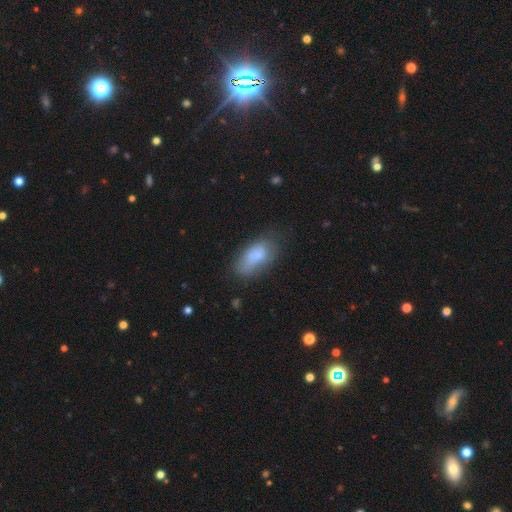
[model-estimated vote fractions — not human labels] Overall: smooth (74%). How rounded: in between (90%). Merging: none (50%; minor disturbance 28%).